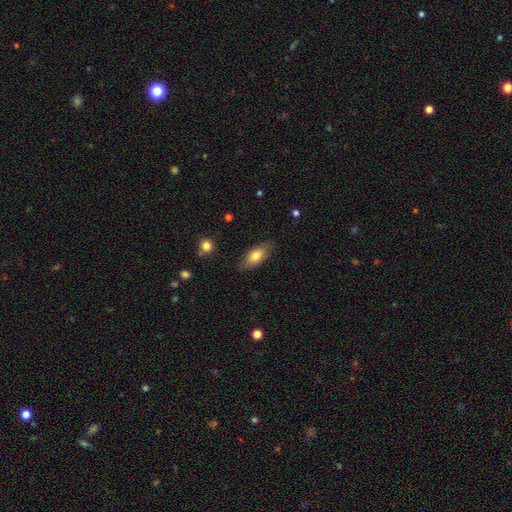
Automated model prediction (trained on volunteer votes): Smooth or featured? Predicted: smooth (p=0.76). How rounded? Predicted: in between (p=0.86). Merging? Predicted: none (p=0.79).